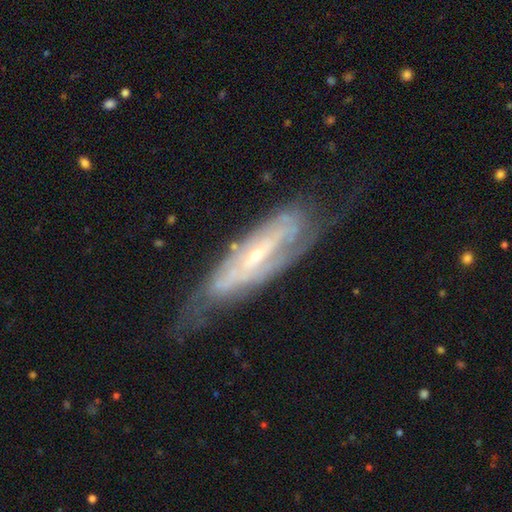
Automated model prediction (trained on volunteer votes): Smooth or featured? featured or disk (81%)
Edge-on disk? no (76%)
Bar? no (39%)
Spiral arms? yes (86%)
Spiral winding? tight (57%)
Spiral arm count? can't tell (48%)
Bulge size? small (73%)
Merging? none (60%)